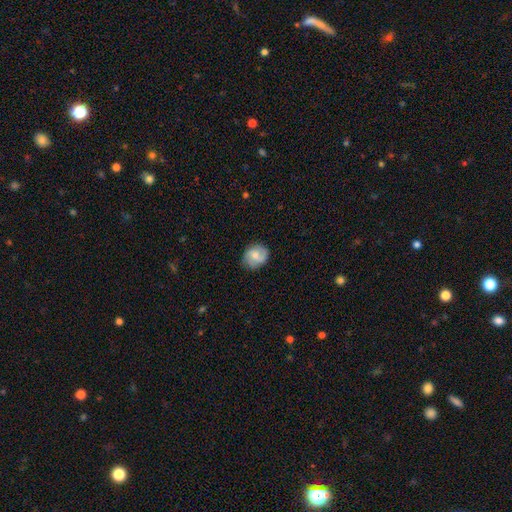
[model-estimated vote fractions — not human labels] Smooth or featured?
  - smooth: 47% *
  - featured or disk: 46%
  - star or artifact: 7%
Merging?
  - none: 78% *
  - minor disturbance: 17%
  - major disturbance: 4%
  - merger: 1%